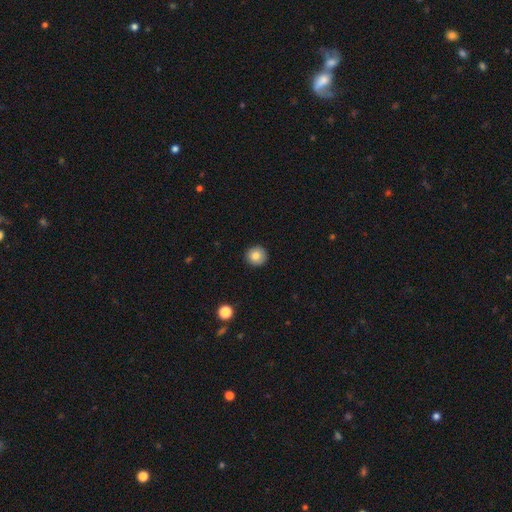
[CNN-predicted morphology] Smooth or featured?
  - smooth: 82% *
  - star or artifact: 9%
  - featured or disk: 8%
How rounded?
  - round: 95% *
  - in between: 4%
  - cigar-shaped: 1%
Merging?
  - none: 92% *
  - minor disturbance: 5%
  - major disturbance: 1%
  - merger: 1%